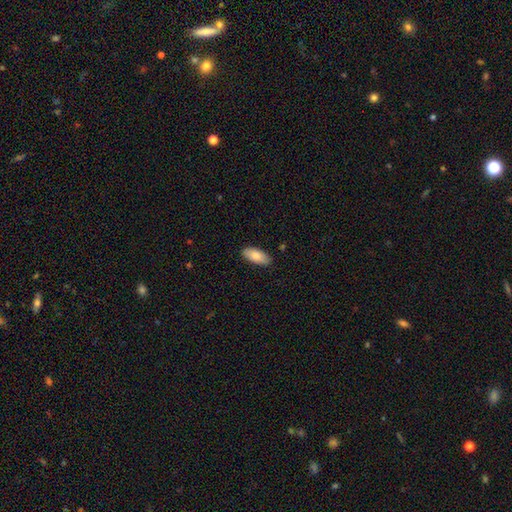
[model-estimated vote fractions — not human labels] Smooth or featured? smooth (85%)
How rounded? in between (87%)
Merging? none (86%)